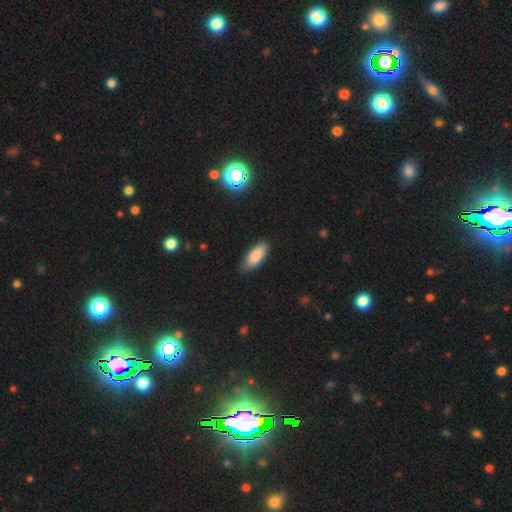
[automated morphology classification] The model was most divided on "how rounded": in between: 76%, cigar-shaped: 23%, round: 2%. More confident: smooth or featured — smooth (86%); merging — none (81%).